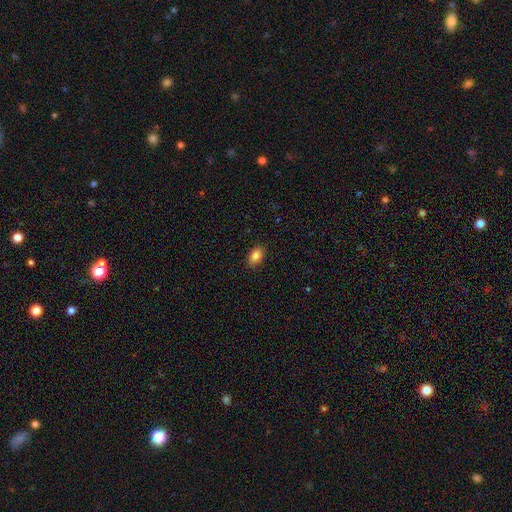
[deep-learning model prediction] Smooth or featured?
  - smooth: 84% *
  - star or artifact: 8%
  - featured or disk: 8%
How rounded?
  - in between: 88% *
  - round: 9%
  - cigar-shaped: 2%
Merging?
  - none: 87% *
  - minor disturbance: 10%
  - major disturbance: 2%
  - merger: 1%